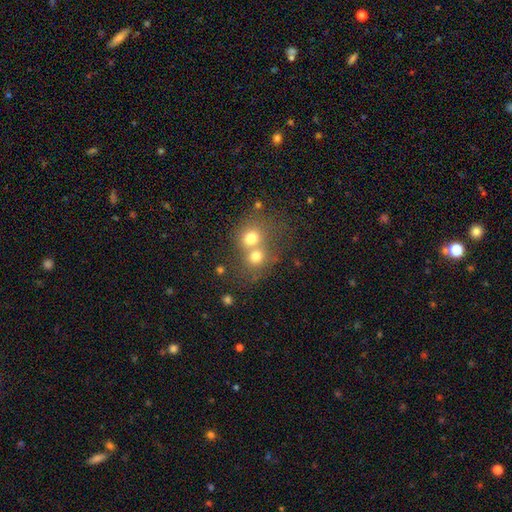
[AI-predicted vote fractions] Smooth or featured: smooth — 69% (featured or disk — 16%)
How rounded: round — 74% (in between — 25%)
Merging: merger — 61% (none — 30%)